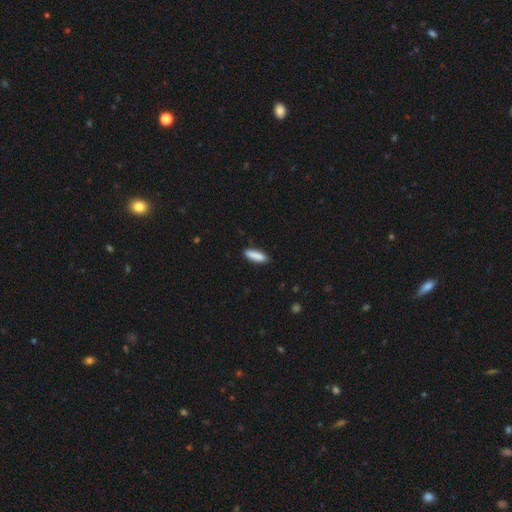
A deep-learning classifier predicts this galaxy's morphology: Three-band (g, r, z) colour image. It shows a smooth galaxy with no disk features (87%) that is cigar-shaped (68%). Merging: none (87%).